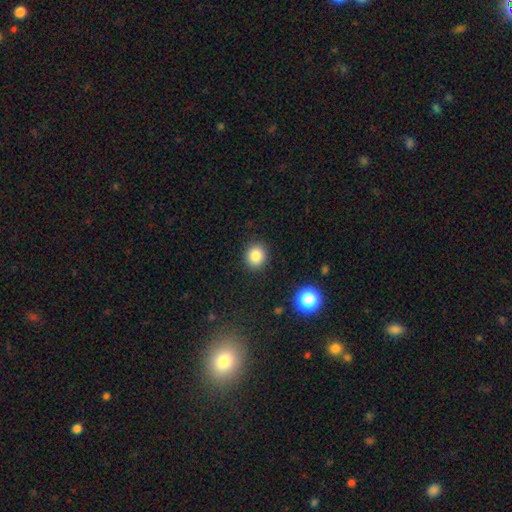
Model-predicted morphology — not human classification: Smooth or featured?
  - smooth: 85% *
  - star or artifact: 11%
  - featured or disk: 4%
How rounded?
  - round: 82% *
  - in between: 17%
  - cigar-shaped: 1%
Merging?
  - none: 90% *
  - minor disturbance: 6%
  - major disturbance: 2%
  - merger: 1%